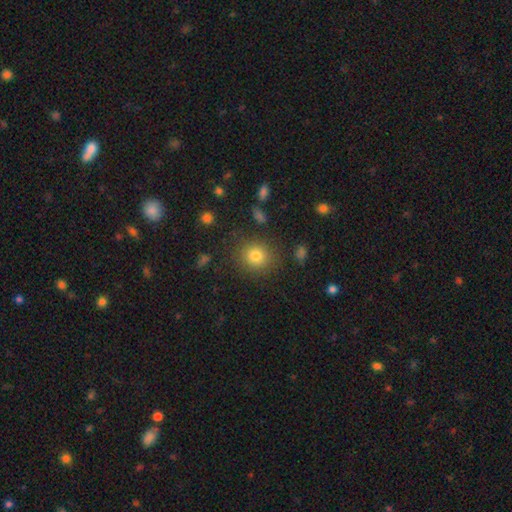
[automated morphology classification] smooth_or_featured: smooth (p=0.79) [alt: star or artifact p=0.13]
how_rounded: round (p=0.84) [alt: in between p=0.15]
merging: none (p=0.85) [alt: minor disturbance p=0.09]